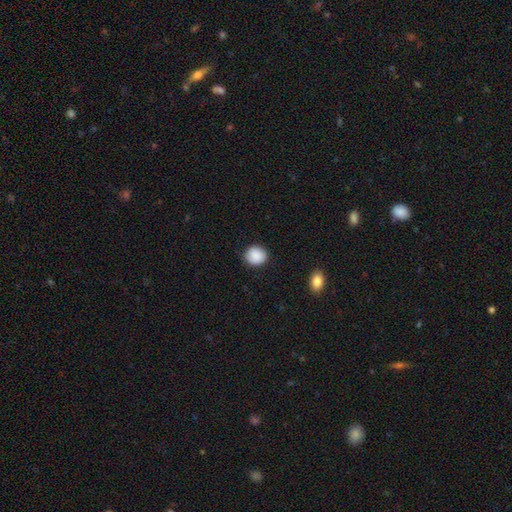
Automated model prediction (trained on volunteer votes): Smooth or featured: smooth — 89% (star or artifact — 8%)
How rounded: round — 84% (in between — 15%)
Merging: none — 88% (minor disturbance — 9%)